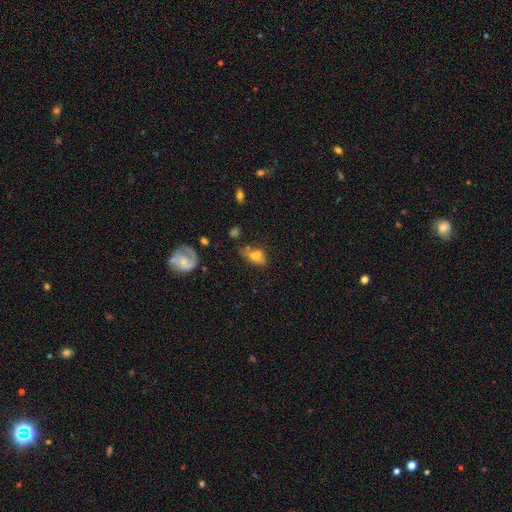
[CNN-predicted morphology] Smooth or featured? smooth (67%)
How rounded? in between (82%)
Merging? none (36%)